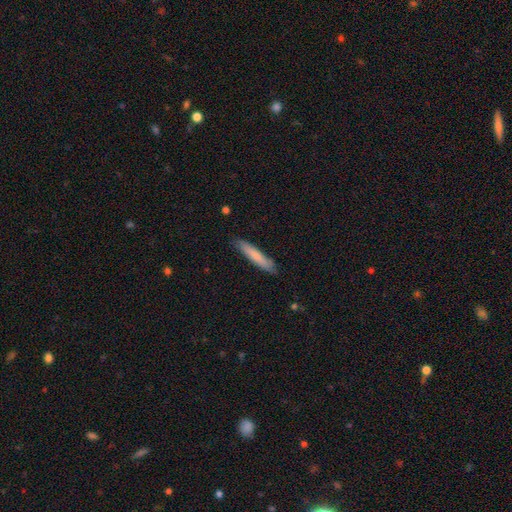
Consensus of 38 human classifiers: This appears to be a smooth galaxy with no disk features (79%) that is cigar-shaped (93%). Merging: none (78%).